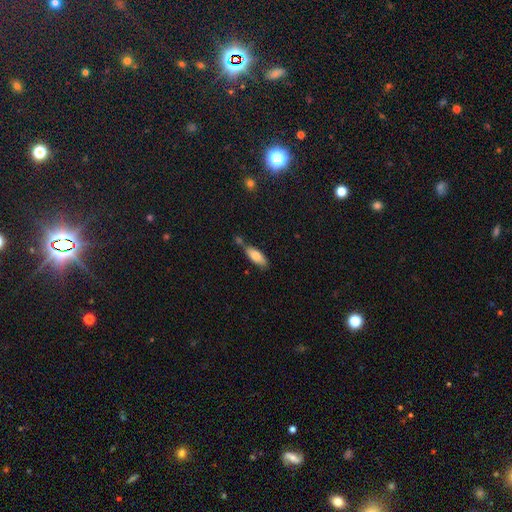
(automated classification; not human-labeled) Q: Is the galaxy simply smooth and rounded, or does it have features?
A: smooth — 77%.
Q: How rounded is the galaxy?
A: in between — 71%.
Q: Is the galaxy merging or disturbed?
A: none — 57%.